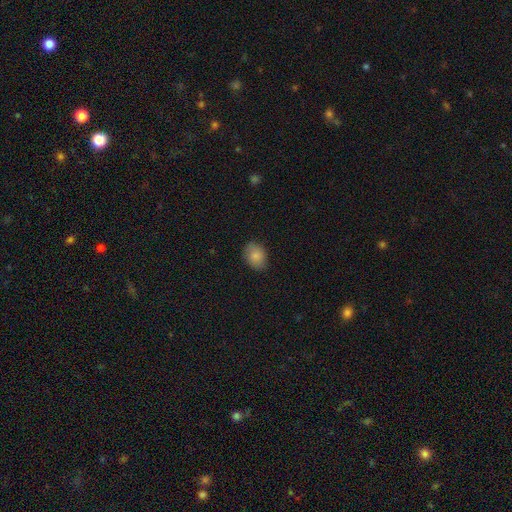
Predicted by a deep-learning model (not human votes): Smooth or featured? Predicted: smooth (p=0.84). How rounded? Predicted: in between (p=0.67). Merging? Predicted: none (p=0.82).